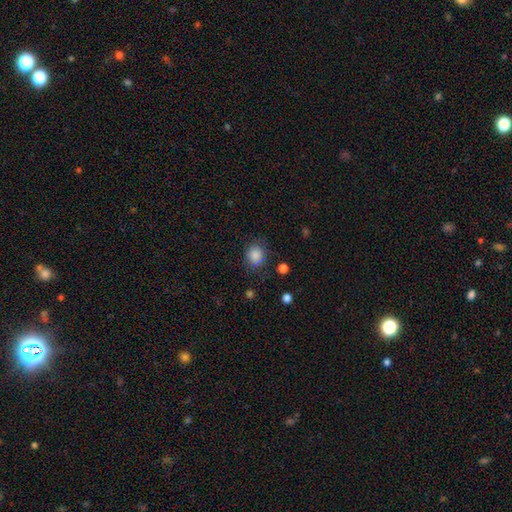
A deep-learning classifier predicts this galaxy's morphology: type=smooth (85%); roundness=round (74%); merging=none (76%).